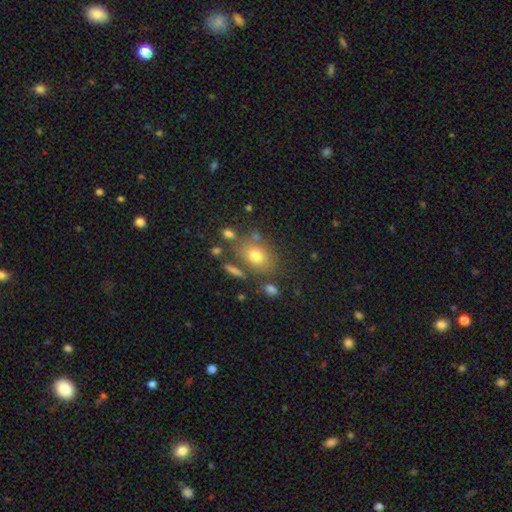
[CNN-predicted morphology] Smooth or featured? smooth (72%)
How rounded? in between (64%)
Merging? none (71%)